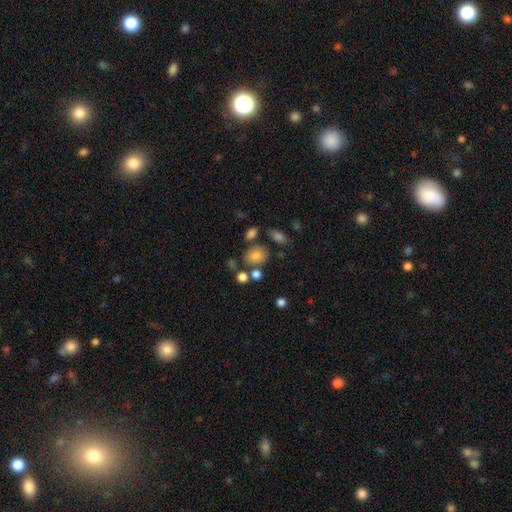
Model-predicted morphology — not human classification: Overall: smooth (79%). How rounded: round (54%; in between 45%). Merging: none (68%).